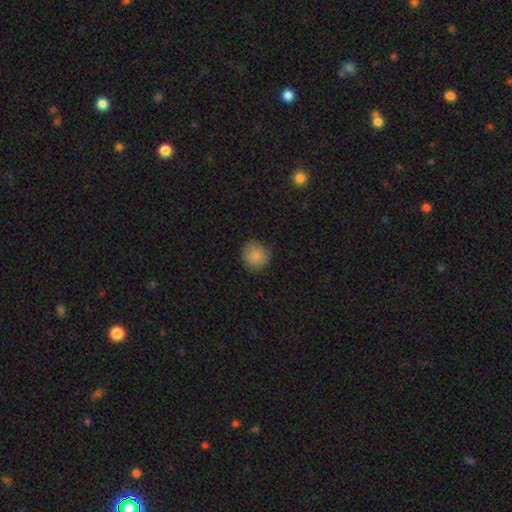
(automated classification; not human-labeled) Q: Smooth or featured?
A: smooth (85%); runner-up: star or artifact (8%)
Q: How rounded?
A: round (90%); runner-up: in between (9%)
Q: Merging?
A: none (83%); runner-up: minor disturbance (13%)